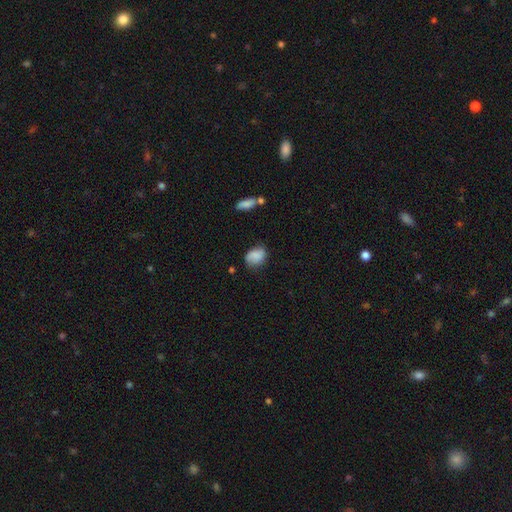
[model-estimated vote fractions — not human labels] A smooth galaxy with no disk features (70%) that is in between round and cigar-shaped (66%).

Vote fractions:
- Smooth or featured? smooth: 70% / featured or disk: 21% / star or artifact: 9%
- How rounded? in between: 66% / round: 33% / cigar-shaped: 1%
- Merging? none: 61% / minor disturbance: 28% / major disturbance: 7% / merger: 3%